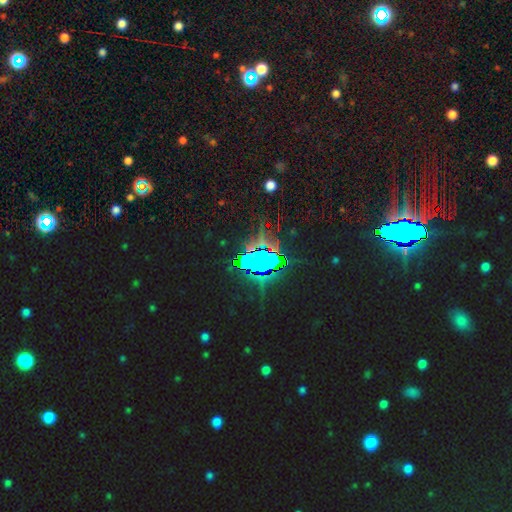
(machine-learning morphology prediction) This appears to be a star or artifact, not a galaxy (77%).